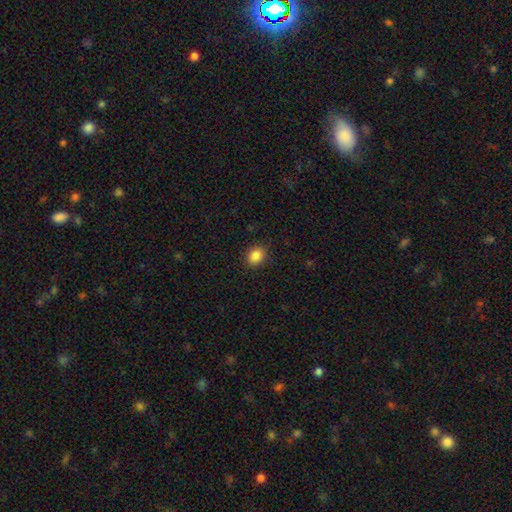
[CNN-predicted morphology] type=smooth (87%); roundness=round (50%); merging=none (88%).